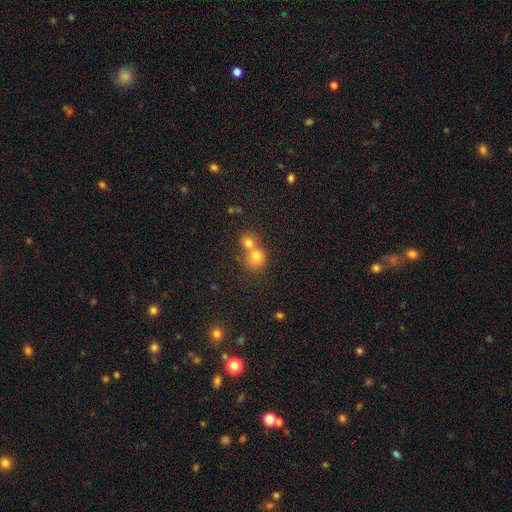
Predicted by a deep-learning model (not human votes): A smooth galaxy with no disk features (73%) that is round (78%).

Vote fractions:
- Smooth or featured? smooth: 73% / star or artifact: 13% / featured or disk: 13%
- How rounded? round: 78% / in between: 21% / cigar-shaped: 1%
- Merging? merger: 59% / none: 32% / minor disturbance: 6% / major disturbance: 3%